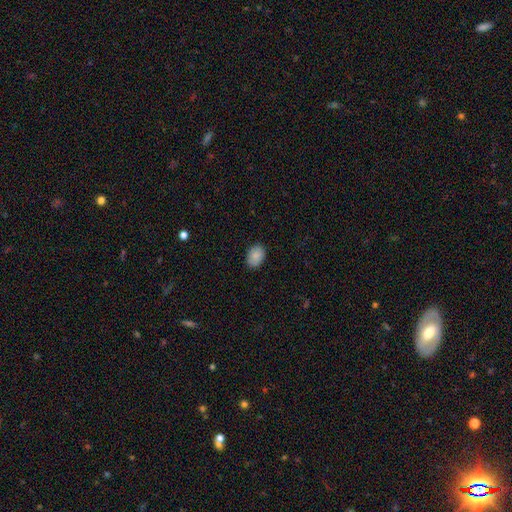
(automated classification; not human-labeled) Morphology: type=smooth (88%); roundness=in between (78%); merging=none (87%).